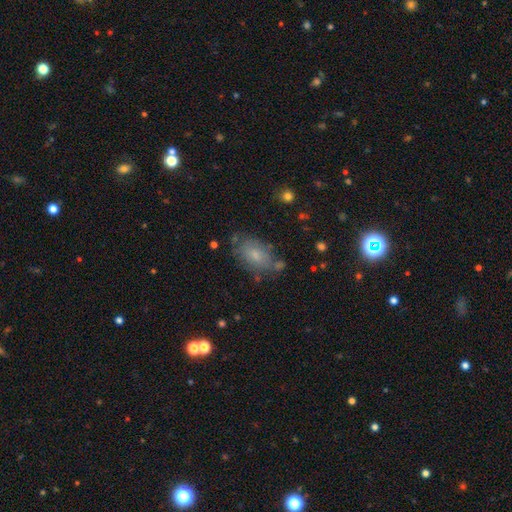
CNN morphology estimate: smooth_or_featured: smooth (p=0.66) [alt: featured or disk p=0.23]
how_rounded: in between (p=0.88) [alt: round p=0.09]
merging: none (p=0.65) [alt: minor disturbance p=0.21]